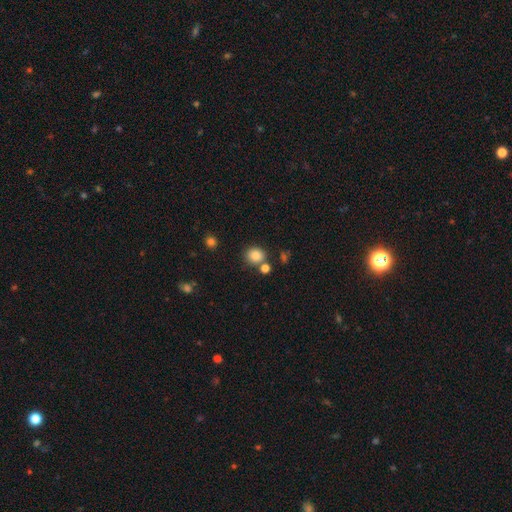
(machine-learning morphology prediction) This appears to be a smooth galaxy with no disk features (83%) that is round (81%). Merging: none (73%).